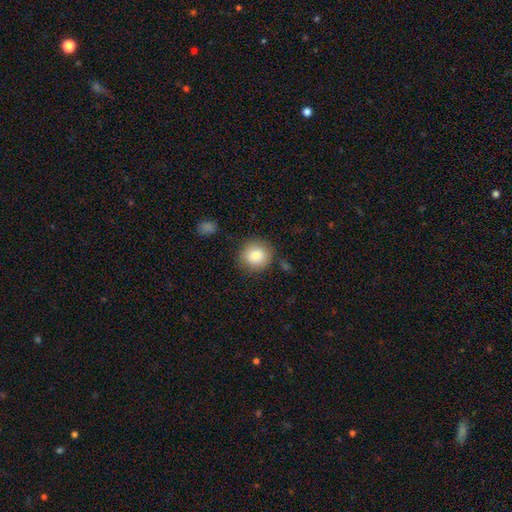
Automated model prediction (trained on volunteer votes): smooth 82%, featured or disk 9%, star or artifact 9%. Down the decision tree: how rounded — round (90%); merging — none (84%).